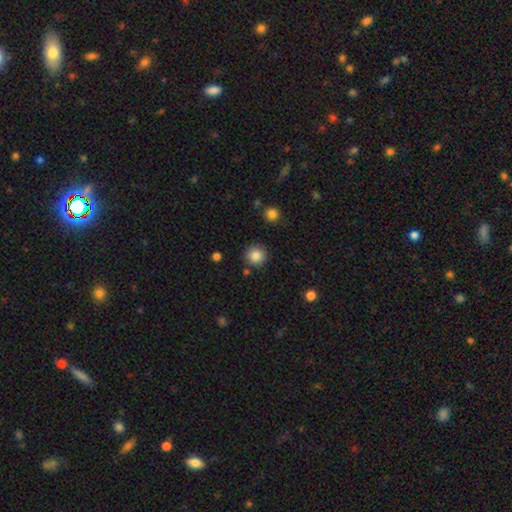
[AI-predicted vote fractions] smooth_or_featured: smooth (p=0.84) [alt: star or artifact p=0.10]
how_rounded: round (p=0.95) [alt: in between p=0.04]
merging: none (p=0.89) [alt: minor disturbance p=0.06]